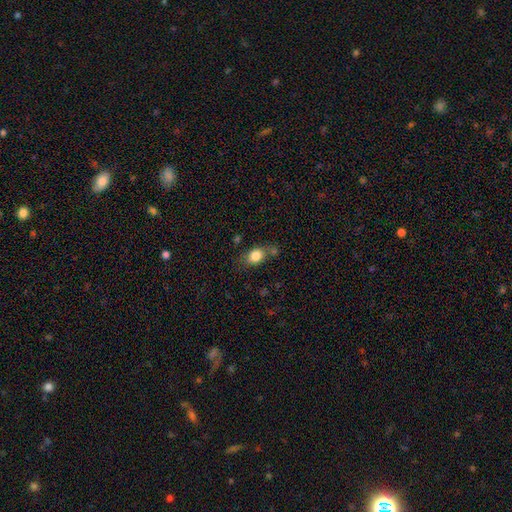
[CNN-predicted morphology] type=smooth (83%); roundness=in between (73%); merging=none (60%).